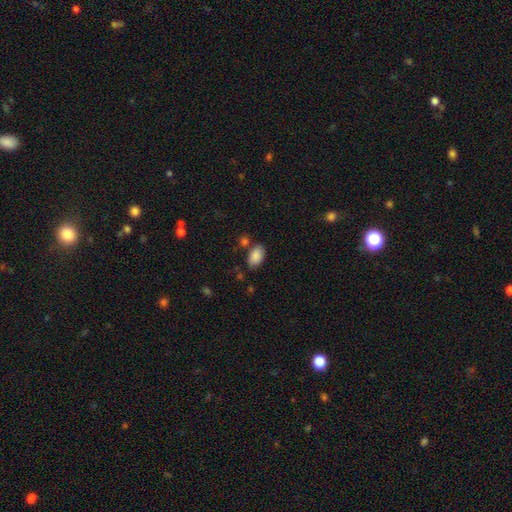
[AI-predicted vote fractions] Overall: smooth (88%). How rounded: in between (93%). Merging: none (73%).